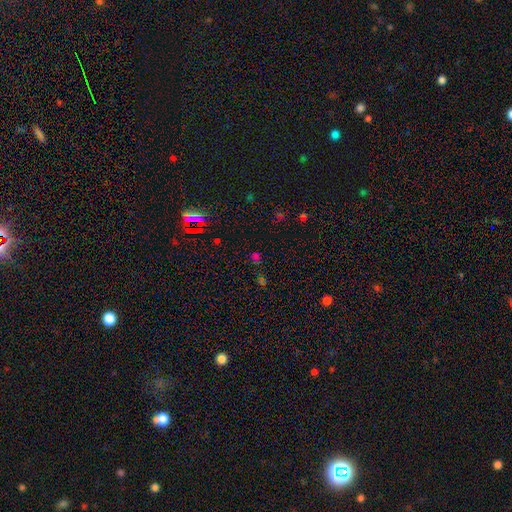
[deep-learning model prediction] A star or artifact, not a galaxy (56%).